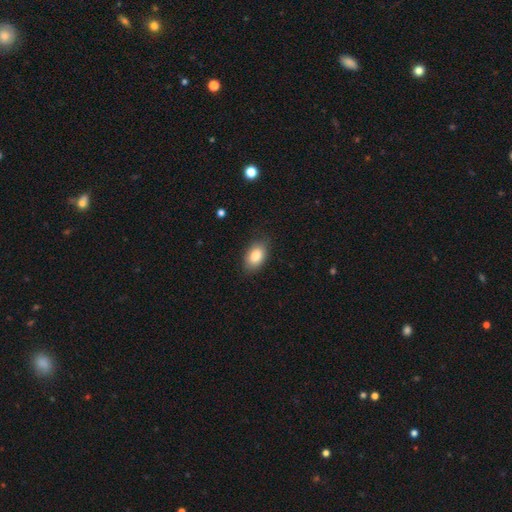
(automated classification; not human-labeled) A smooth galaxy with no disk features (85%) that is in between round and cigar-shaped (89%).

Vote fractions:
- Smooth or featured? smooth: 85% / featured or disk: 8% / star or artifact: 7%
- How rounded? in between: 89% / round: 9% / cigar-shaped: 2%
- Merging? none: 81% / minor disturbance: 14% / major disturbance: 3% / merger: 1%